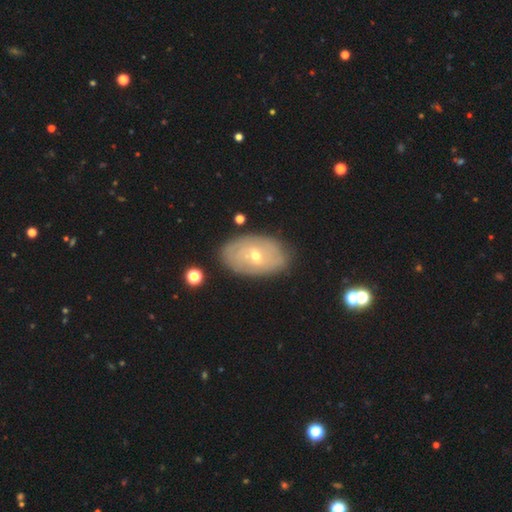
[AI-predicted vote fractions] smooth_or_featured: featured or disk (p=0.62) [alt: smooth p=0.30]
disk_edge_on: no (p=0.92) [alt: yes p=0.08]
bar: no (p=0.65) [alt: weak p=0.28]
has_spiral_arms: yes (p=0.55) [alt: no p=0.45]
bulge_size: small (p=0.56) [alt: moderate p=0.42]
merging: none (p=0.80) [alt: minor disturbance p=0.14]